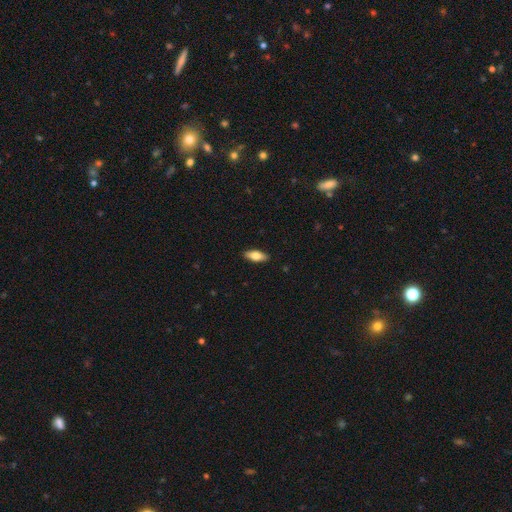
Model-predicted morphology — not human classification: This is likely a smooth galaxy (73%). How rounded: likely in between (75%). Merging: clearly none (90%).